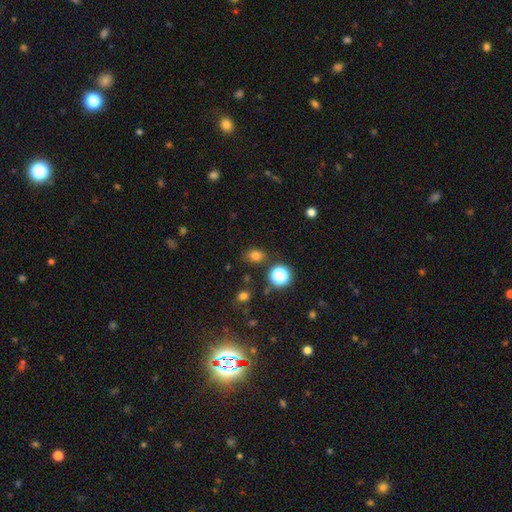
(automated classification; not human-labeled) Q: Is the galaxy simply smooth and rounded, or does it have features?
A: smooth — 73%.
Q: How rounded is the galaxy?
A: in between — 58%.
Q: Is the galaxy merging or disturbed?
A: none — 80%.